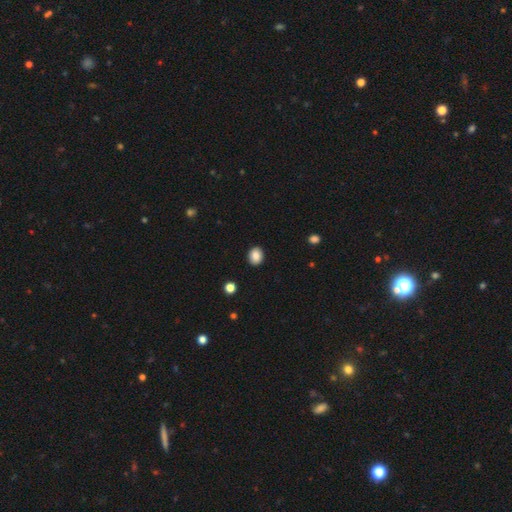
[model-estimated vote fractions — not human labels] A smooth galaxy with no disk features (87%) that is round (57%). Merging: none (91%).